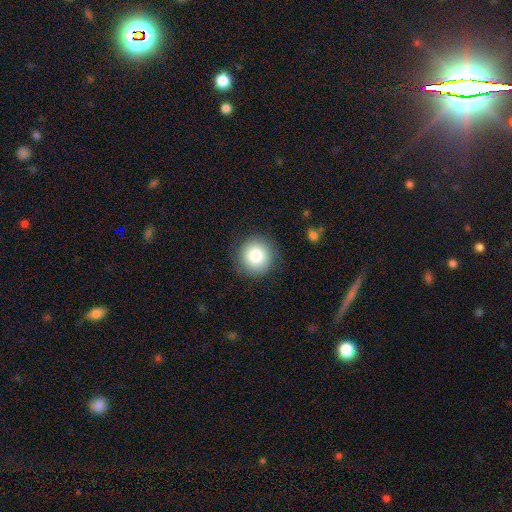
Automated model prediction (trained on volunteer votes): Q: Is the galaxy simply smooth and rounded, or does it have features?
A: smooth — 83%.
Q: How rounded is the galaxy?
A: round — 95%.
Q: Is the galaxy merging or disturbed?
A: none — 87%.